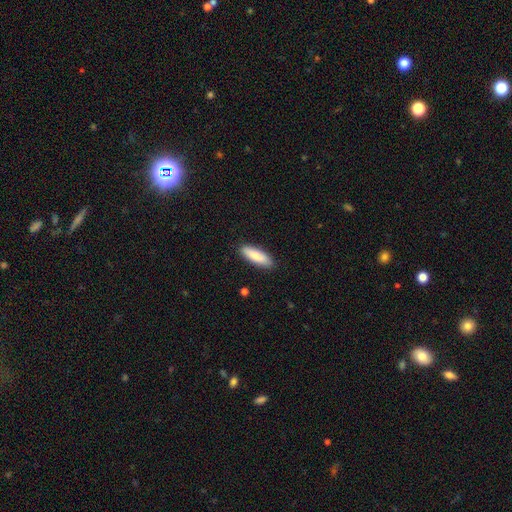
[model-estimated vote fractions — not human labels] Smooth or featured? smooth (84%)
How rounded? in between (50%)
Merging? none (88%)